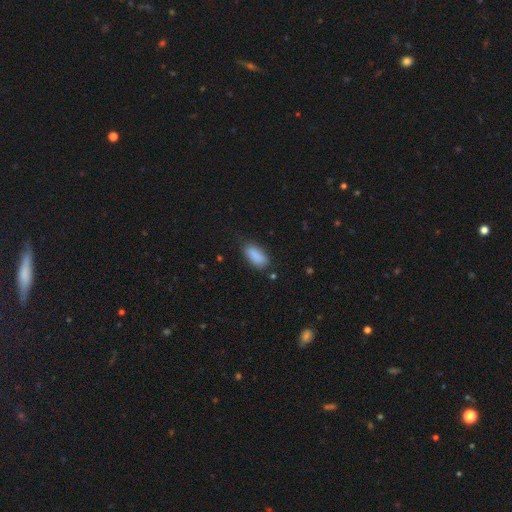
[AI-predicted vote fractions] The model was most divided on "merging": none: 73%, minor disturbance: 20%, major disturbance: 4%, merger: 2%. More confident: smooth or featured — smooth (88%); how rounded — in between (87%).